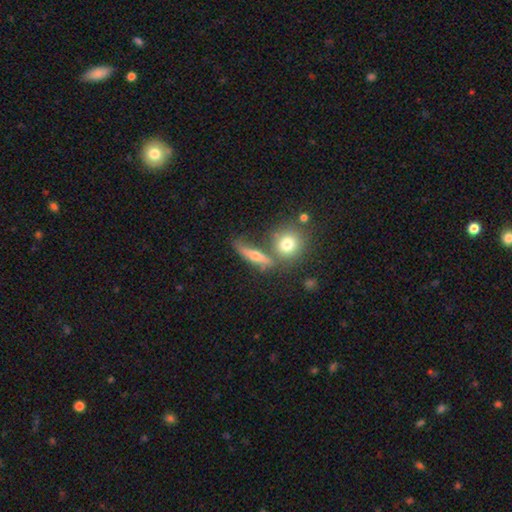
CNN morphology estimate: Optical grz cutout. It shows a featured or disk galaxy (44%). Merging: none (53%).